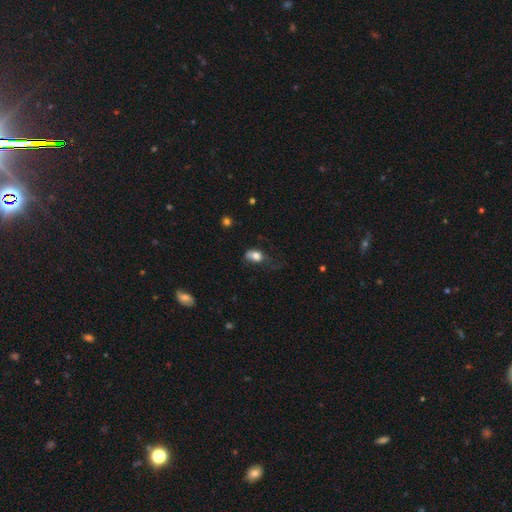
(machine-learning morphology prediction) A smooth galaxy with no disk features (77%) that is in between round and cigar-shaped (77%). Merging: major disturbance (34%).